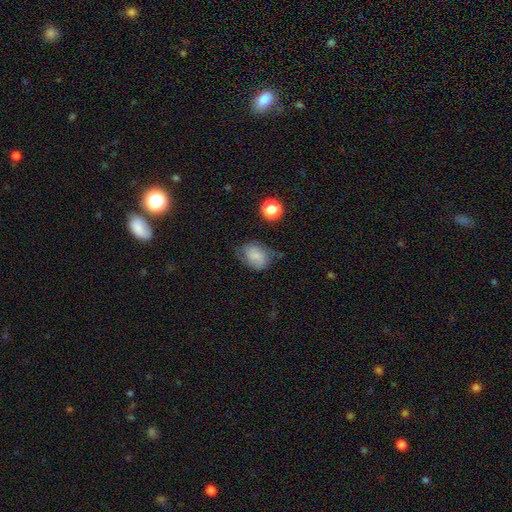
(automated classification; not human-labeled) Morphology: type=smooth (75%); roundness=in between (67%); merging=none (56%).